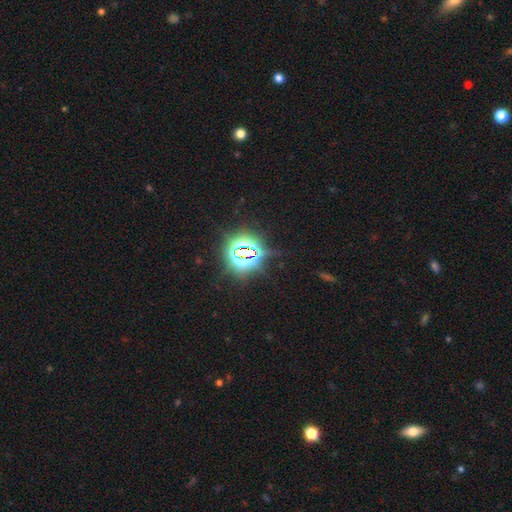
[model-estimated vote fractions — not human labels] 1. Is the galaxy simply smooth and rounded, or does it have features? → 82% star or artifact, 10% smooth, 8% featured or disk.